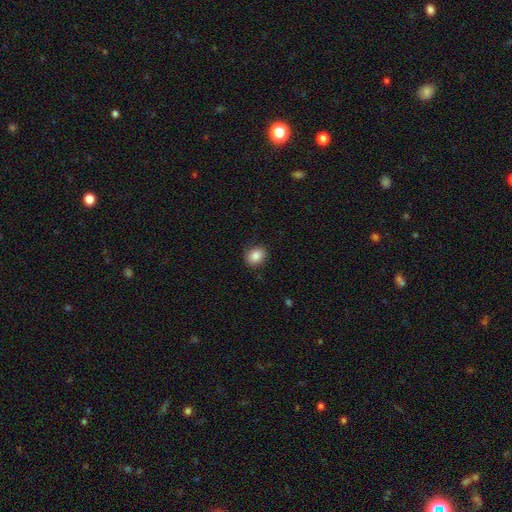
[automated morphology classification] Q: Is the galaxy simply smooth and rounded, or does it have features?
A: smooth — 86%.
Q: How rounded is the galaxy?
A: round — 51%.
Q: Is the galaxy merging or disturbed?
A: none — 87%.